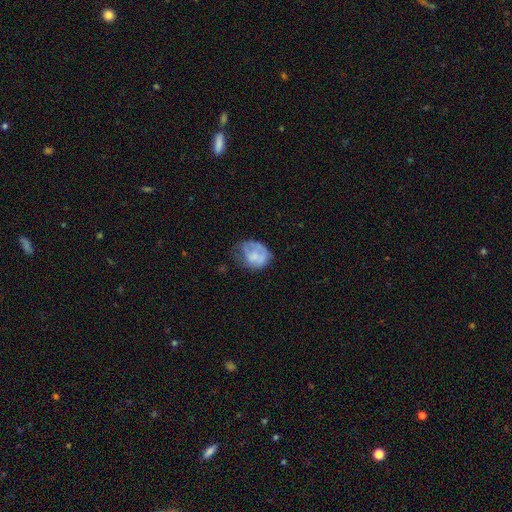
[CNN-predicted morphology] A smooth galaxy with no disk features (59%) that is round (50%, tied with in between).

Vote fractions:
- Smooth or featured? smooth: 59% / featured or disk: 33% / star or artifact: 9%
- How rounded? round: 50% (tied) / in between: 50% (tied) / cigar-shaped: 1%
- Merging? none: 34% (tied) / minor disturbance: 34% (tied) / major disturbance: 28% / merger: 3%